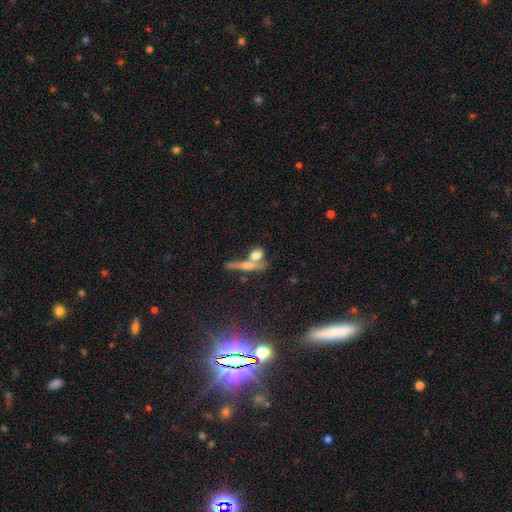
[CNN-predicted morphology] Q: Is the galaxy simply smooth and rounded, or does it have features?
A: smooth — 61%.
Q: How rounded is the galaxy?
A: in between — 38%, tied with round.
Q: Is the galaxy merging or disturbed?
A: merger — 42%.